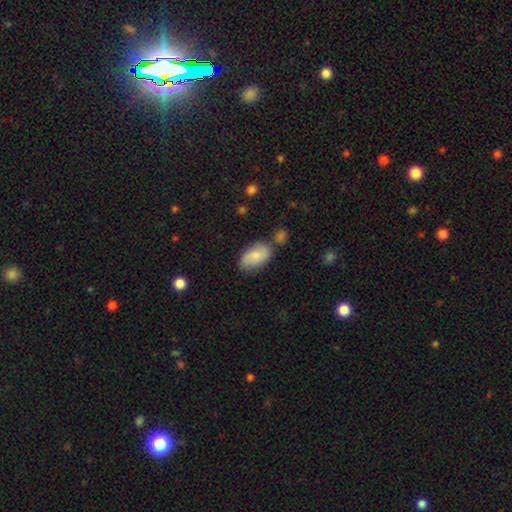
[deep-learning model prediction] Smooth or featured? smooth (78%)
How rounded? in between (93%)
Merging? none (63%)